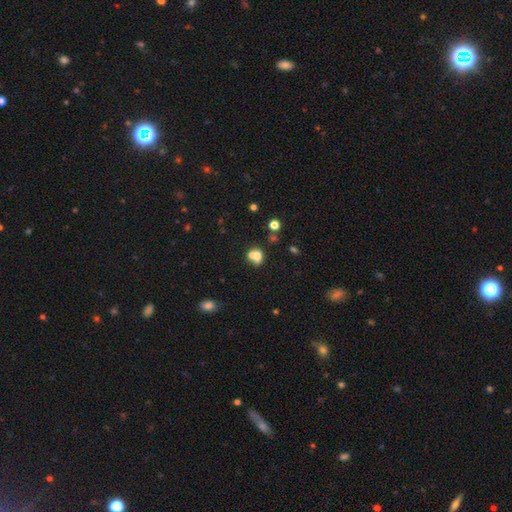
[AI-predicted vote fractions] A smooth galaxy with no disk features (71%) that is round (57%). Merging: merger (57%).